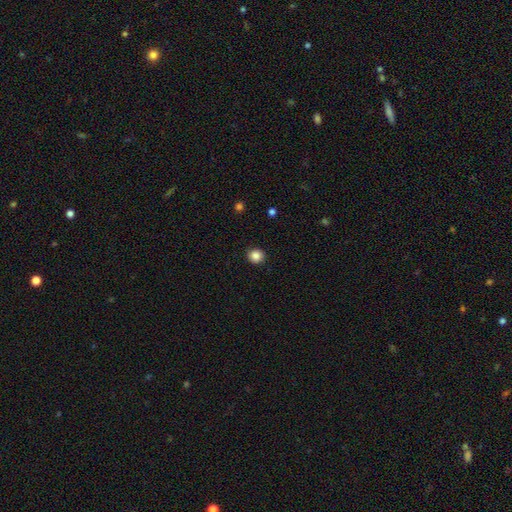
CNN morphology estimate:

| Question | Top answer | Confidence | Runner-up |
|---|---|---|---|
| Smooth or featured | smooth | 85% | star or artifact (10%) |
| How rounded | round | 90% | in between (9%) |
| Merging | none | 92% | minor disturbance (5%) |